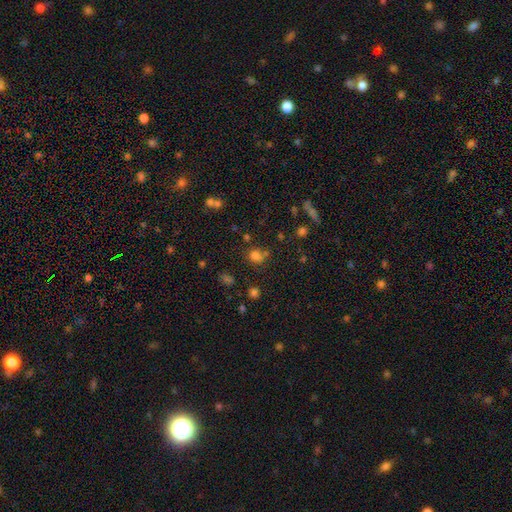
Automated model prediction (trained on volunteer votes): Smooth or featured? smooth (72%)
How rounded? round (68%)
Merging? none (59%)